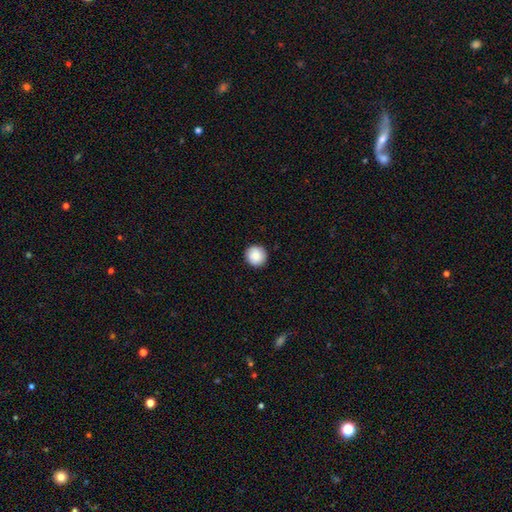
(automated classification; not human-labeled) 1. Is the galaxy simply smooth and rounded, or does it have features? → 86% smooth, 8% star or artifact, 6% featured or disk.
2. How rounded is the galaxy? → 96% round, 3% in between, 1% cigar-shaped.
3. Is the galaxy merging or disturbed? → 92% none, 5% minor disturbance, 2% major disturbance, 1% merger.